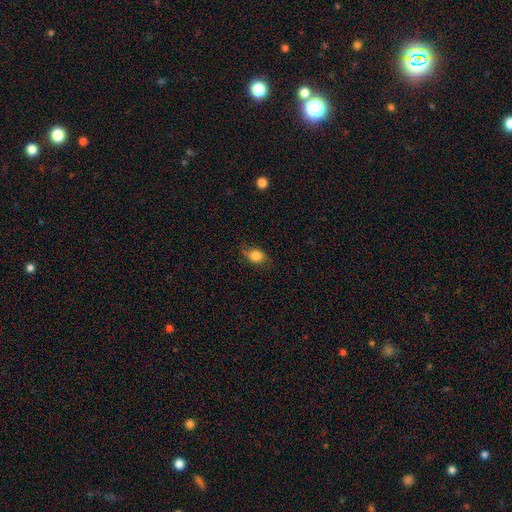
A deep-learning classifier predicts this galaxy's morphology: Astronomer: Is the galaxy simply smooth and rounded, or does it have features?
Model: smooth — 79%.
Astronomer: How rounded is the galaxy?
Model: in between — 59% (runner-up: round, 39%).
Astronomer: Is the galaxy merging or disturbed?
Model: none — 66%.